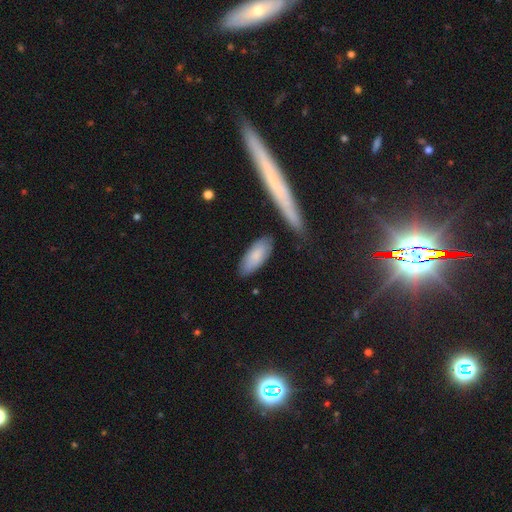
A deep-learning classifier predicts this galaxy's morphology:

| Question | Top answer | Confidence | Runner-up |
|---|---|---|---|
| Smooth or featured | smooth | 79% | featured or disk (15%) |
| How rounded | in between | 74% | cigar-shaped (24%) |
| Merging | none | 76% | minor disturbance (15%) |